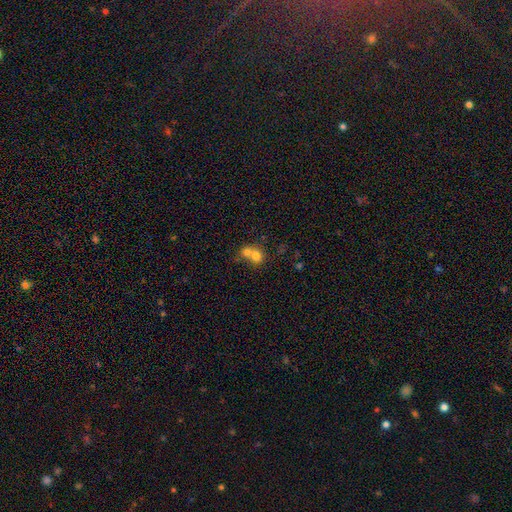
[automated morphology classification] smooth-or-featured: smooth: 73% | featured or disk: 16% | star or artifact: 12%
  how-rounded: round: 78% | in between: 21% | cigar-shaped: 1%
  merging: merger: 66% | none: 27% | minor disturbance: 5% | major disturbance: 3%